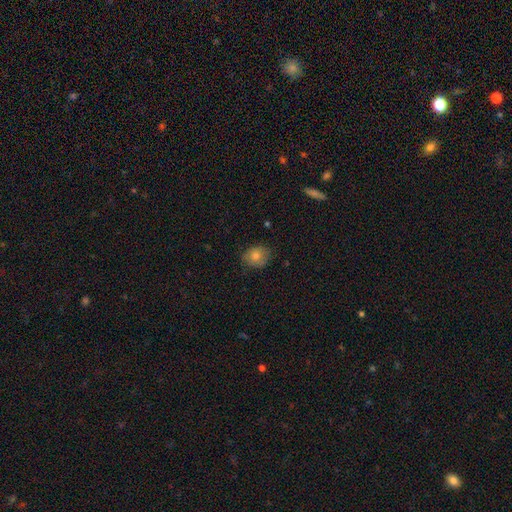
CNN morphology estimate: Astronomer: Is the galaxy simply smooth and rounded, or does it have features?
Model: smooth — 73%.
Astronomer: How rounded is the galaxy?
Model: round — 67%.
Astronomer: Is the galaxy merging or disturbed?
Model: none — 81%.